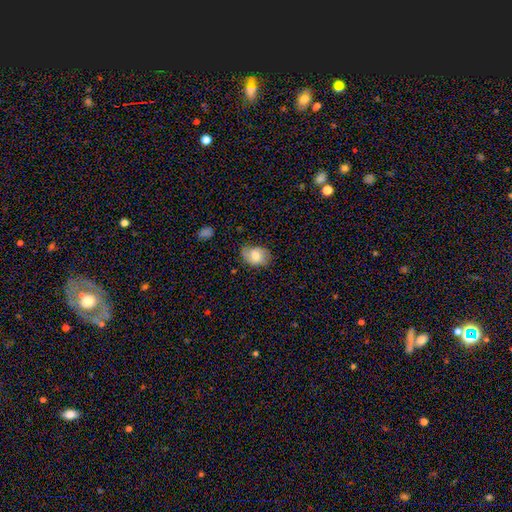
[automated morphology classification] smooth 69%, featured or disk 23%, star or artifact 8%. Down the decision tree: how rounded — in between (73%); merging — none (67%).